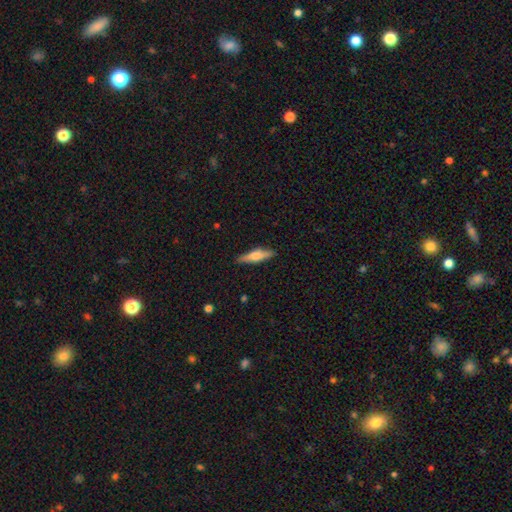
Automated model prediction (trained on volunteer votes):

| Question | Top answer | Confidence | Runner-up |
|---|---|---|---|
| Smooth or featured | smooth | 49% | featured or disk (45%) |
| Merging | none | 88% | minor disturbance (8%) |